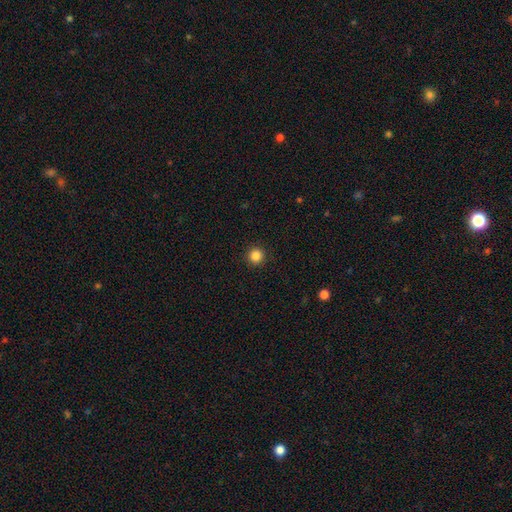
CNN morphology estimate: Smooth or featured? smooth (85%)
How rounded? round (96%)
Merging? none (93%)